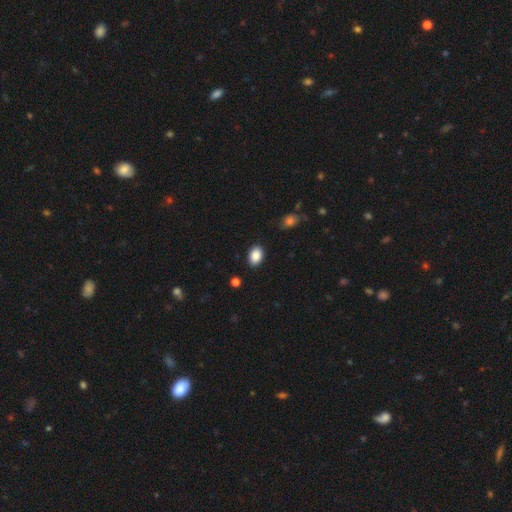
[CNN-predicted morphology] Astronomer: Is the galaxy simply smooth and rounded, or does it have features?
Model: smooth — 88%.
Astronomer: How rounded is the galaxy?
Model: in between — 84%.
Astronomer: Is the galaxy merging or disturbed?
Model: none — 88%.